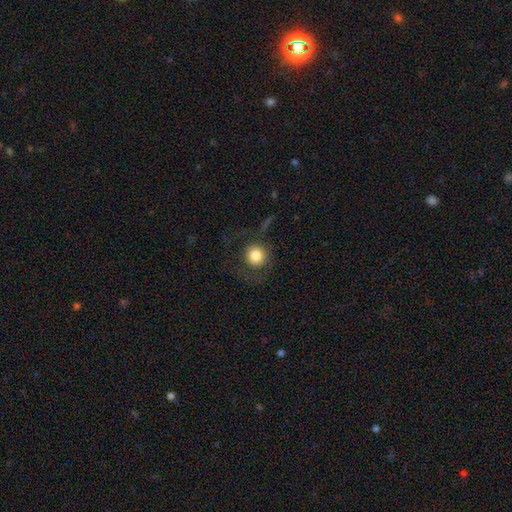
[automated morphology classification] Smooth or featured? smooth (80%)
How rounded? round (94%)
Merging? none (73%)